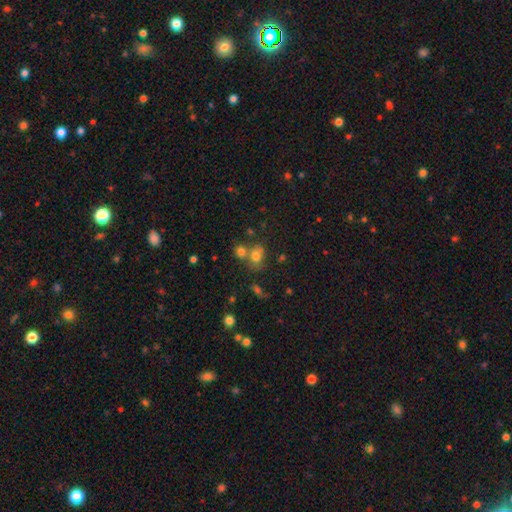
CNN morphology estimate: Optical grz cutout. It shows a smooth galaxy with no disk features (74%) that is in between round and cigar-shaped (56%). Merging: none (46%).